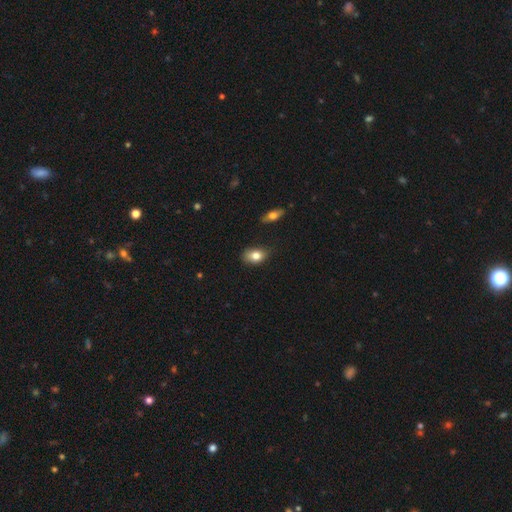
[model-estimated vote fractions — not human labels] Smooth or featured? smooth (81%)
How rounded? in between (79%)
Merging? none (71%)